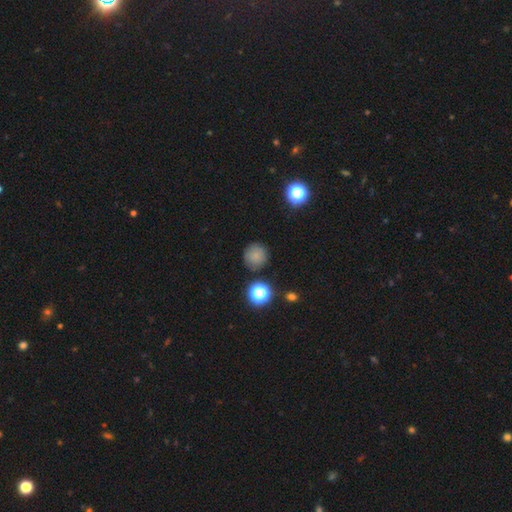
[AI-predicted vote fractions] smooth-or-featured: smooth: 78% | star or artifact: 15% | featured or disk: 7%
  how-rounded: round: 94% | in between: 5% | cigar-shaped: 1%
  merging: none: 84% | minor disturbance: 9% | merger: 3% | major disturbance: 3%